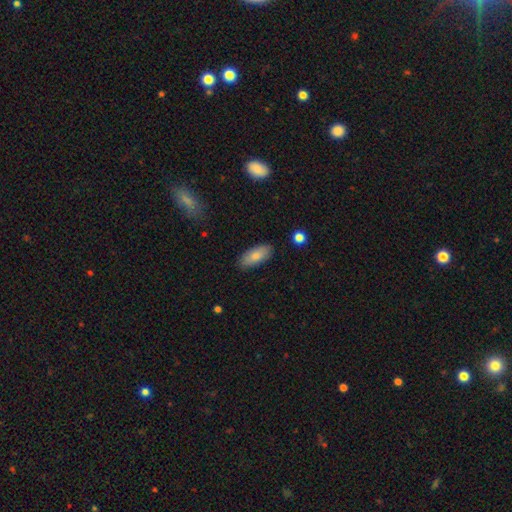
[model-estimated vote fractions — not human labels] Smooth or featured?
  - smooth: 81% *
  - featured or disk: 13%
  - star or artifact: 6%
How rounded?
  - in between: 85% *
  - cigar-shaped: 13%
  - round: 2%
Merging?
  - none: 85% *
  - minor disturbance: 11%
  - major disturbance: 2%
  - merger: 1%